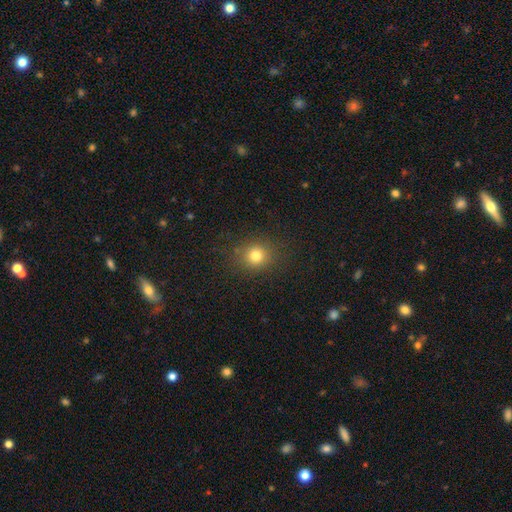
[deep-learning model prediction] This is likely a smooth galaxy (78%). How rounded: clearly round (84%). Merging: clearly none (86%).